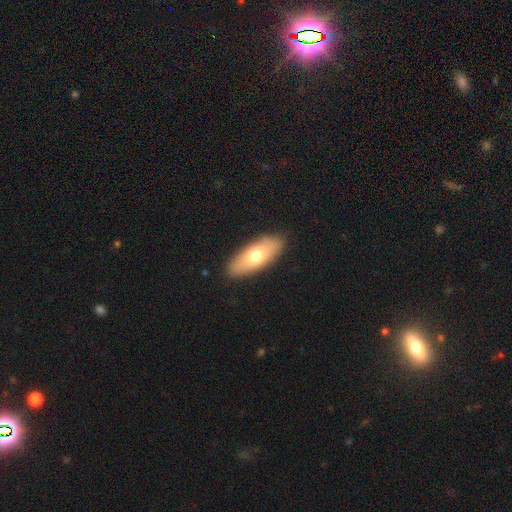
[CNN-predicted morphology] Q: Smooth or featured?
A: smooth (69%); runner-up: featured or disk (25%)
Q: How rounded?
A: in between (74%); runner-up: cigar-shaped (23%)
Q: Merging?
A: none (88%); runner-up: minor disturbance (9%)